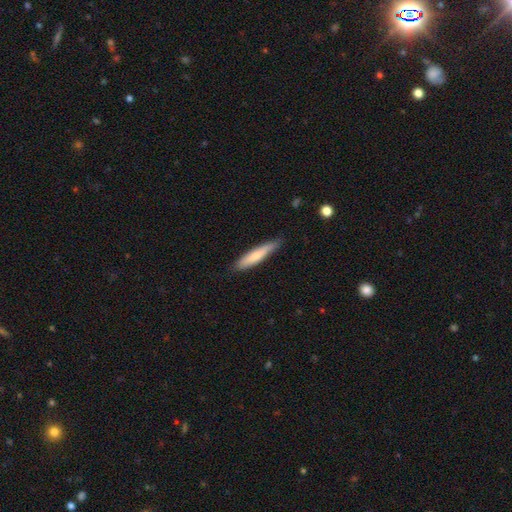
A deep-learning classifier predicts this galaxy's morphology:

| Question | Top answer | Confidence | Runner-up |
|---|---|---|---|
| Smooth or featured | smooth | 74% | featured or disk (20%) |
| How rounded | cigar-shaped | 85% | in between (14%) |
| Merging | none | 77% | minor disturbance (19%) |